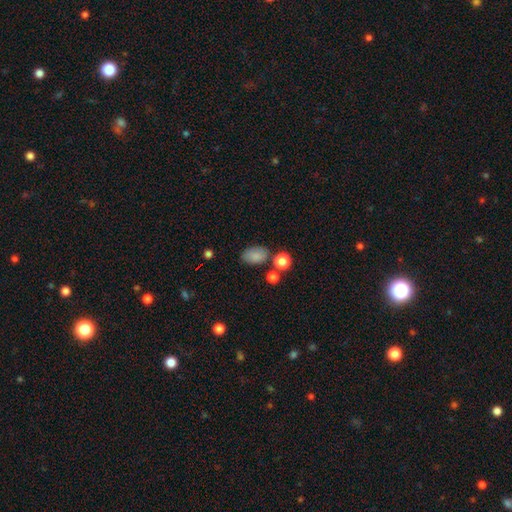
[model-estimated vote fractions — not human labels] This appears to be a smooth galaxy with no disk features (84%) that is in between round and cigar-shaped (86%). Merging: none (71%).